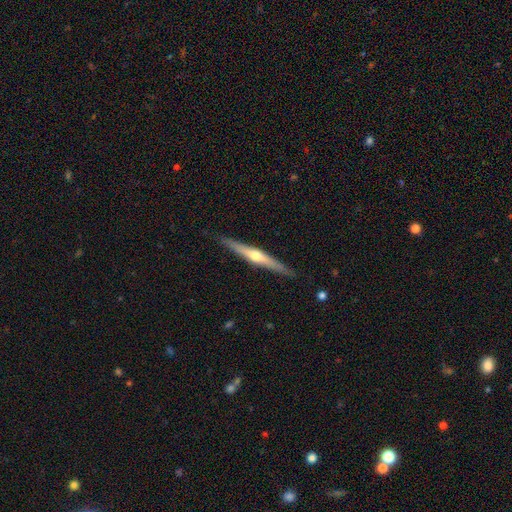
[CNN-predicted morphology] smooth_or_featured: featured or disk (p=0.68) [alt: smooth p=0.27]
disk_edge_on: yes (p=0.97) [alt: no p=0.03]
edge_on_bulge: rounded (p=0.87) [alt: none p=0.10]
merging: none (p=0.89) [alt: minor disturbance p=0.08]